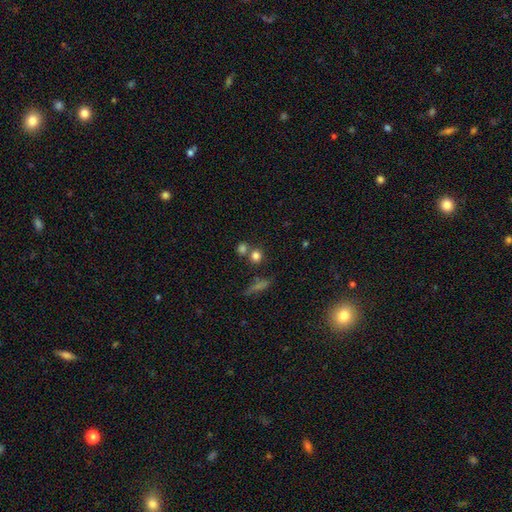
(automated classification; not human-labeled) Smooth or featured? Predicted: smooth (p=0.78). How rounded? Predicted: round (p=0.84). Merging? Predicted: none (p=0.58).